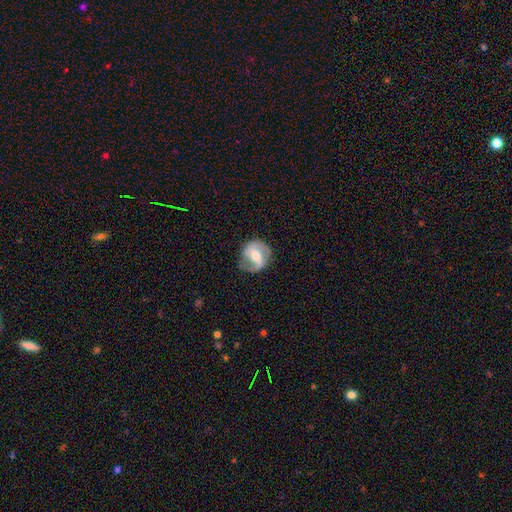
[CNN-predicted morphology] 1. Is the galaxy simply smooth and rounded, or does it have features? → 77% featured or disk, 17% smooth, 6% star or artifact.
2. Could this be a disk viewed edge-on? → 97% no, 3% yes.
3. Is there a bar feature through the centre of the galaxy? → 41% weak, 38% strong, 21% no.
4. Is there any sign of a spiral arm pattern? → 90% yes, 10% no.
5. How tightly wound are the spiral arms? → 43% medium, 38% loose, 18% tight.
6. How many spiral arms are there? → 87% 2, 5% 1, 5% can't tell, 1% 3, 1% 4, 1% more than 4.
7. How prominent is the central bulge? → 58% moderate, 36% small, 3% large, 1% none, 1% dominant.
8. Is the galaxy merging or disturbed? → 76% none, 16% minor disturbance, 7% major disturbance, 1% merger.